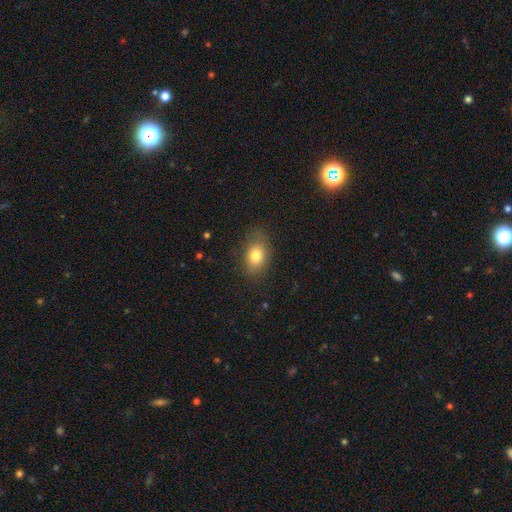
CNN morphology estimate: type=smooth (79%); roundness=in between (78%); merging=none (77%).